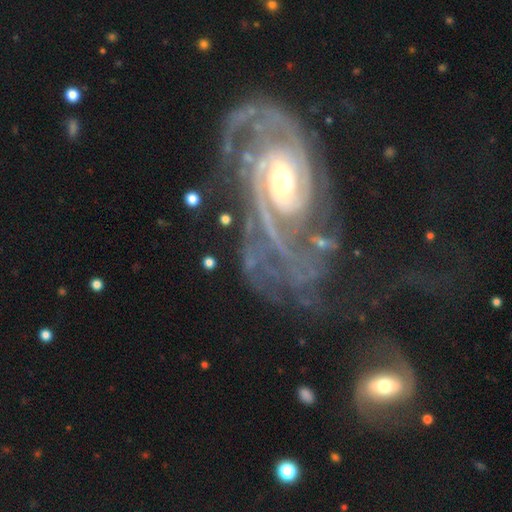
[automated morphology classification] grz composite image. It shows a featured or disk galaxy (89%) with no bar (54%), 2 (34%) tight (62%) spiral arms (96%) and a moderate central bulge (65%). Merging: none (54%).